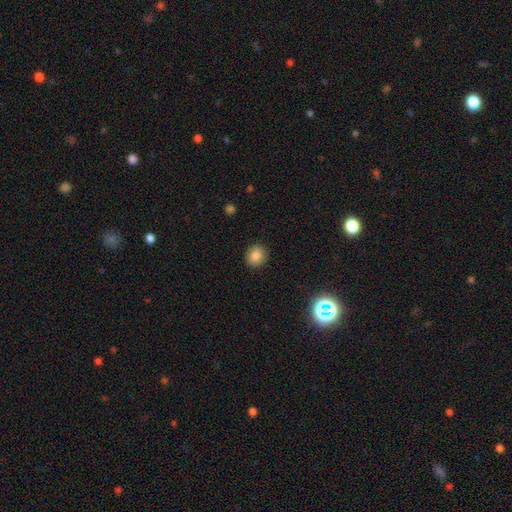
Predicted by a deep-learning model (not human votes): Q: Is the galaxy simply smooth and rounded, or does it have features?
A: smooth — 84%.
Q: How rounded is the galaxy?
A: round — 81%.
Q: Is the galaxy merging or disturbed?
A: none — 89%.